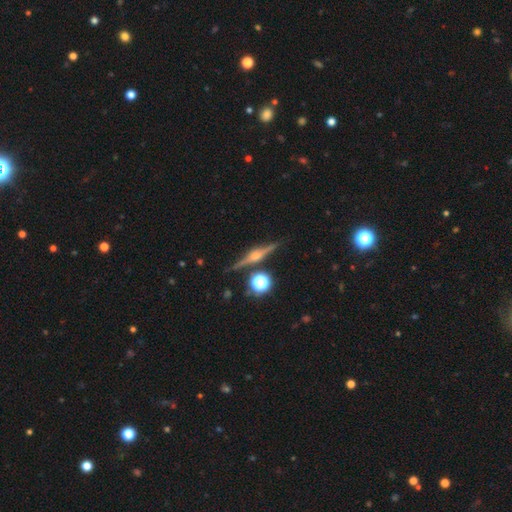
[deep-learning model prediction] A featured or disk galaxy (83%) viewed edge-on (98%) with a rounded central bulge (90%). Merging: none (87%).